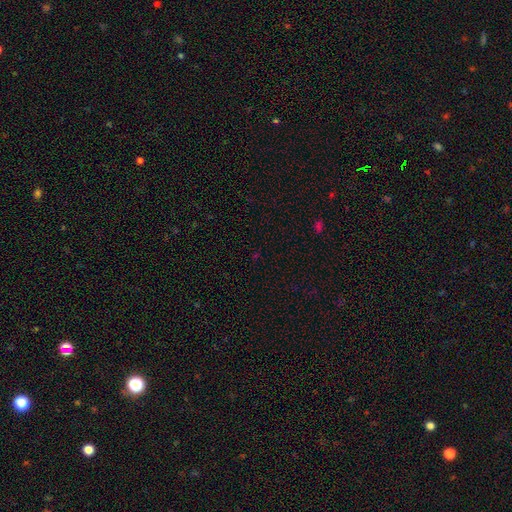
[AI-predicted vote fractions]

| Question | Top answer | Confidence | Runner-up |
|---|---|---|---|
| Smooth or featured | star or artifact | 63% | smooth (30%) |